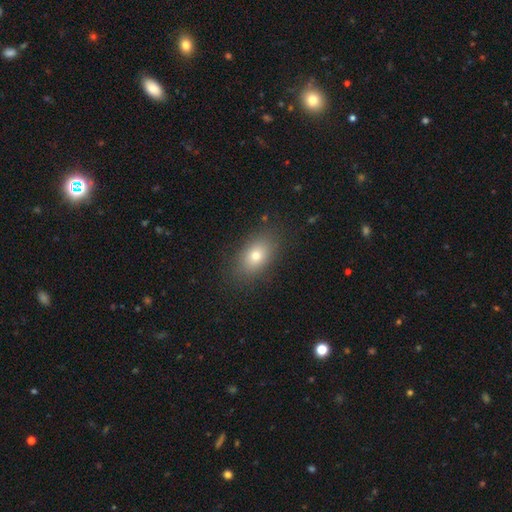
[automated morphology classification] Smooth or featured? smooth (74%)
How rounded? in between (81%)
Merging? none (85%)